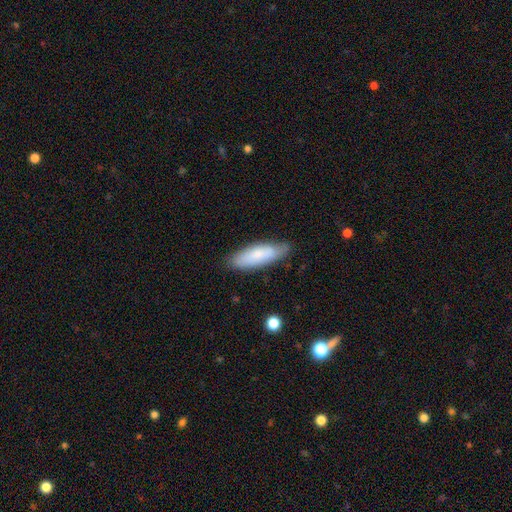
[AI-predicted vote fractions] A smooth galaxy with no disk features (75%) that is in between round and cigar-shaped (55%). Merging: none (75%).